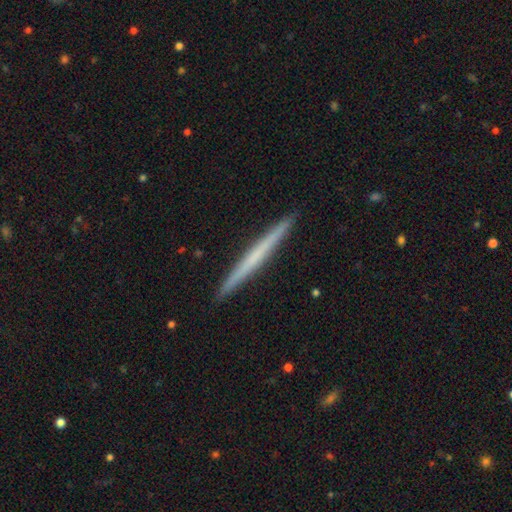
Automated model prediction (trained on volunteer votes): Smooth or featured?
  - featured or disk: 51% *
  - smooth: 44%
  - star or artifact: 5%
Edge-on disk?
  - yes: 98% *
  - no: 2%
Merging?
  - none: 93% *
  - minor disturbance: 5%
  - major disturbance: 1%
  - merger: 1%